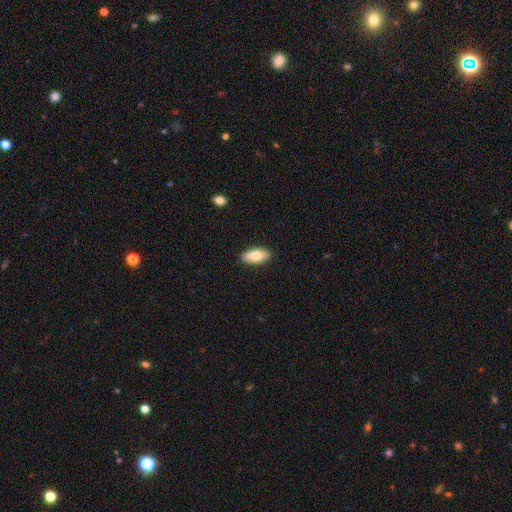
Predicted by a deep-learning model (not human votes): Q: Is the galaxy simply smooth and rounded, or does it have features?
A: smooth — 82%.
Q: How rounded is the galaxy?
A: in between — 85%.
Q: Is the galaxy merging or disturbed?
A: none — 90%.